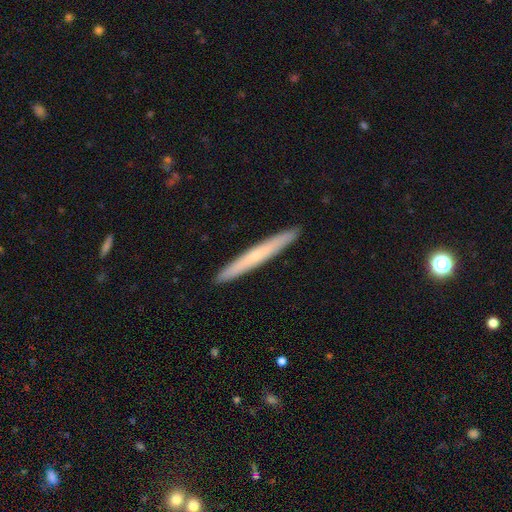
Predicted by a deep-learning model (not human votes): Smooth or featured?
  - smooth: 52% *
  - featured or disk: 43%
  - star or artifact: 6%
How rounded?
  - cigar-shaped: 97% *
  - in between: 2%
  - round: 1%
Merging?
  - none: 93% *
  - minor disturbance: 5%
  - major disturbance: 1%
  - merger: 1%